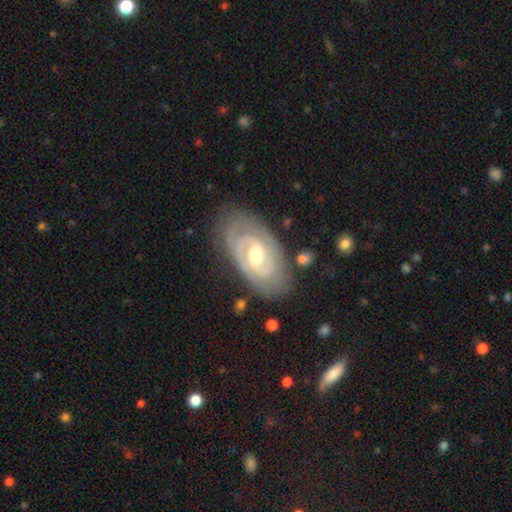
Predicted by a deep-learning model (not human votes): The model was most divided on "bar": weak: 44%, no: 38%, strong: 18%. More confident: edge-on disk — no (95%); spiral arms — yes (88%); smooth or featured — featured or disk (85%); merging — none (78%); spiral winding — tight (73%); bulge size — moderate (67%); spiral arm count — 2 (65%).